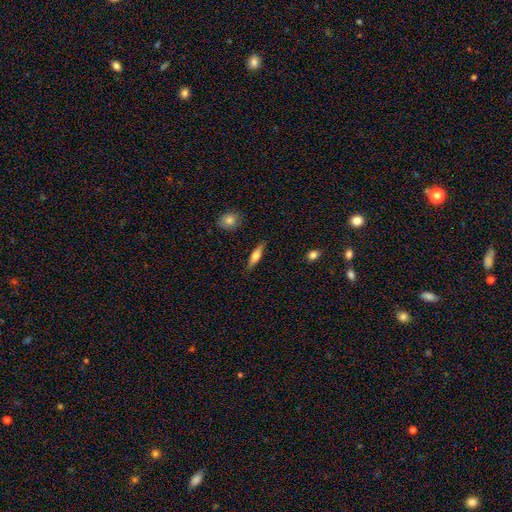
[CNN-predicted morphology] The model was most divided on "how rounded": cigar-shaped: 59%, in between: 38%, round: 3%. More confident: merging — none (85%); smooth or featured — smooth (62%).